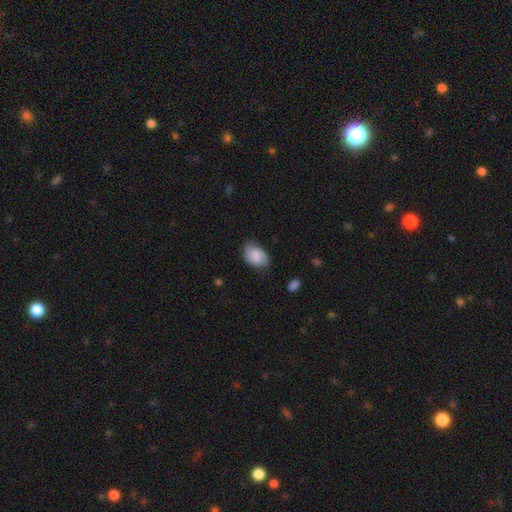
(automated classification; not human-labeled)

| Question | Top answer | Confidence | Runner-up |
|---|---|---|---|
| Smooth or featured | smooth | 64% | featured or disk (28%) |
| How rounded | in between | 86% | round (13%) |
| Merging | none | 70% | minor disturbance (24%) |